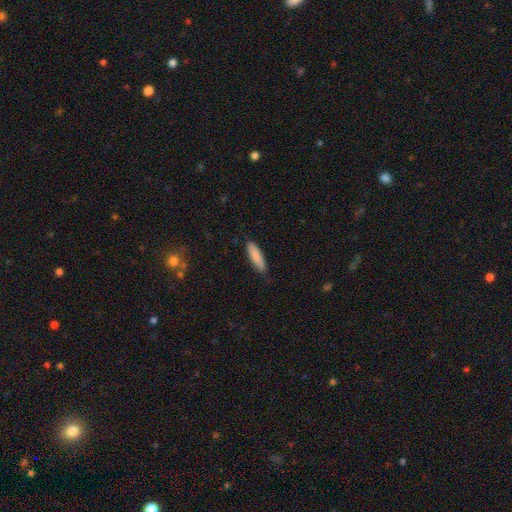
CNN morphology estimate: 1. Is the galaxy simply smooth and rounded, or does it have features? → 86% smooth, 8% featured or disk, 6% star or artifact.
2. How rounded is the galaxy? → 71% cigar-shaped, 28% in between, 1% round.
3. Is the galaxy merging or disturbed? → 87% none, 10% minor disturbance, 2% major disturbance, 1% merger.